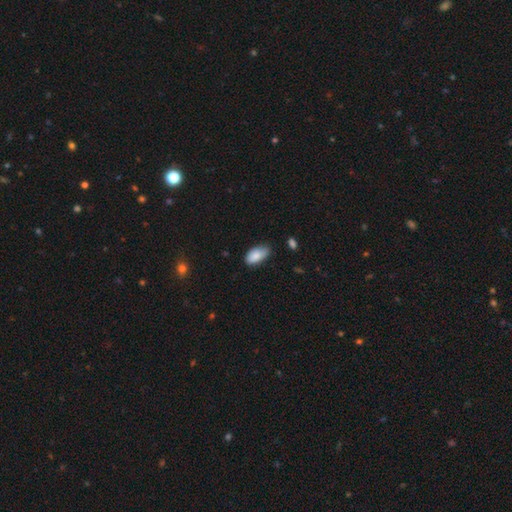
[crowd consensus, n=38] Smooth or featured?
  - smooth: 84% *
  - featured or disk: 13%
  - star or artifact: 3%
How rounded?
  - in between: 97% *
  - round: 3%
  - cigar-shaped: 0%
Merging?
  - none: 59% *
  - minor disturbance: 38%
  - merger: 3%
  - major disturbance: 0%